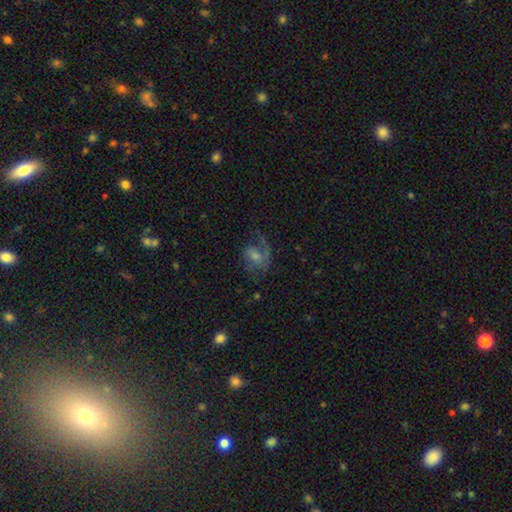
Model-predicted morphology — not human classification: Overall: featured or disk (67%). Edge-on disk: no (97%). Bar: no (53%; weak 39%). Spiral arms: yes (87%). Spiral arm count: 1 (61%; 2 27%). Spiral winding: loose (43%; medium 41%). Bulge size: small (42%; moderate 37%). Merging: none (45%; major disturbance 33%).